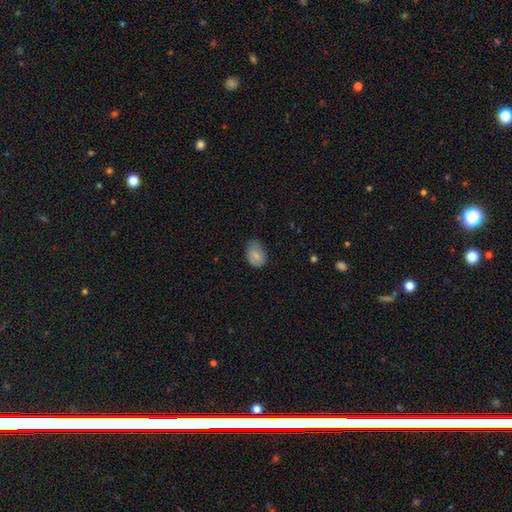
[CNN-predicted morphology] Smooth or featured?
  - smooth: 77% *
  - featured or disk: 16%
  - star or artifact: 7%
How rounded?
  - in between: 78% *
  - round: 21%
  - cigar-shaped: 1%
Merging?
  - none: 57% *
  - minor disturbance: 35%
  - major disturbance: 6%
  - merger: 1%